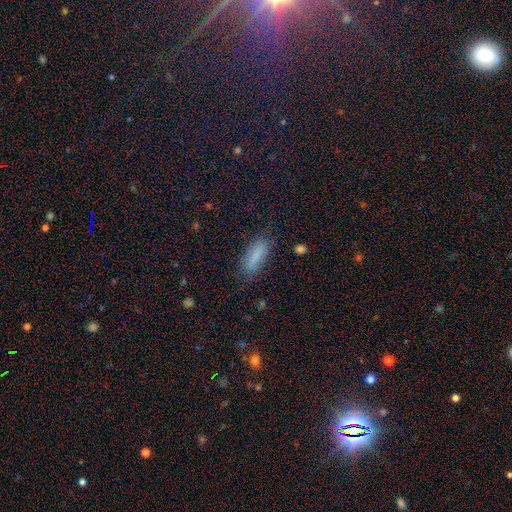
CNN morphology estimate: Smooth or featured: smooth — 79% (featured or disk — 11%)
How rounded: in between — 55% (cigar-shaped — 43%)
Merging: none — 76% (minor disturbance — 17%)